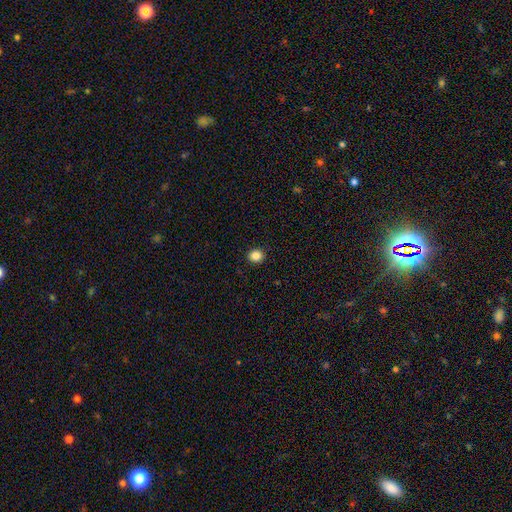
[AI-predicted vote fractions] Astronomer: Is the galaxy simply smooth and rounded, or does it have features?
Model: smooth — 85%.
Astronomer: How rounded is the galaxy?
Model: round — 81%.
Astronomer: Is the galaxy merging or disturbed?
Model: none — 92%.